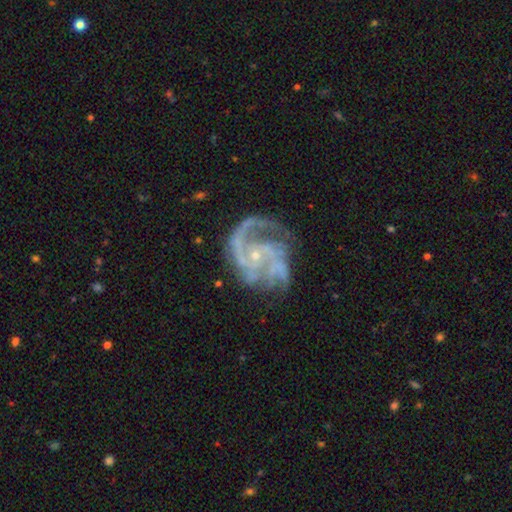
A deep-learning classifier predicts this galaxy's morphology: smooth_or_featured: featured or disk (p=0.90) [alt: star or artifact p=0.06]
disk_edge_on: no (p=0.98) [alt: yes p=0.02]
bar: no (p=0.65) [alt: weak p=0.27]
has_spiral_arms: yes (p=0.97) [alt: no p=0.03]
spiral_winding: medium (p=0.53) [alt: tight p=0.31]
spiral_arm_count: 3 (p=0.34) [alt: 2 p=0.30]
bulge_size: small (p=0.81) [alt: moderate p=0.12]
merging: none (p=0.57) [alt: major disturbance p=0.20]